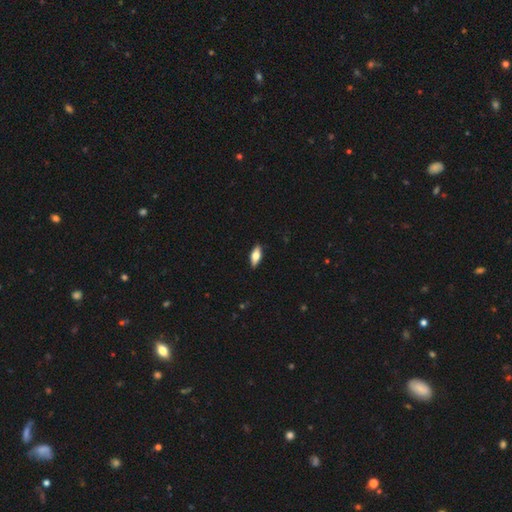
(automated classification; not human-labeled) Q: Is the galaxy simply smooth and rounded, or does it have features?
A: smooth — 66%.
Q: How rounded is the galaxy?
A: in between — 77%.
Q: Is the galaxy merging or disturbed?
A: none — 89%.